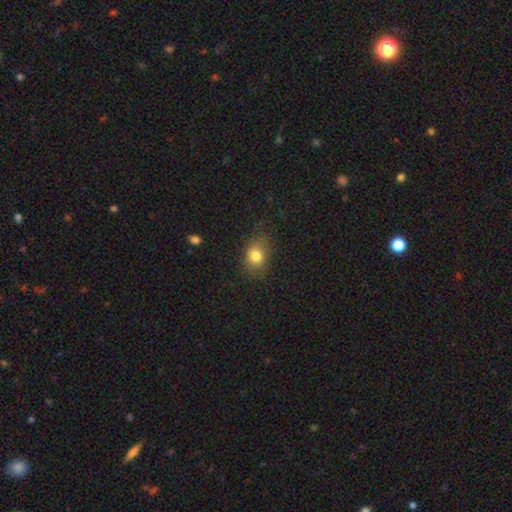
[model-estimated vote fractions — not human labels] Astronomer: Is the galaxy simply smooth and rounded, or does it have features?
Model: smooth — 80%.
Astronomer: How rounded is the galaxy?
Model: in between — 52% (runner-up: round, 47%).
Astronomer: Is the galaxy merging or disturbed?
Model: none — 78%.